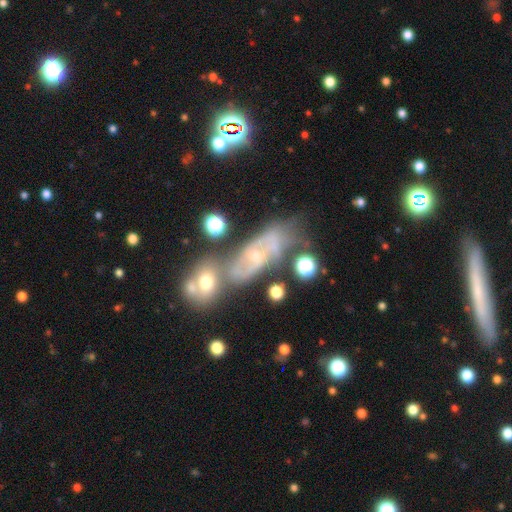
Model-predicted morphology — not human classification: This appears to be a star or artifact, not a galaxy (37%).